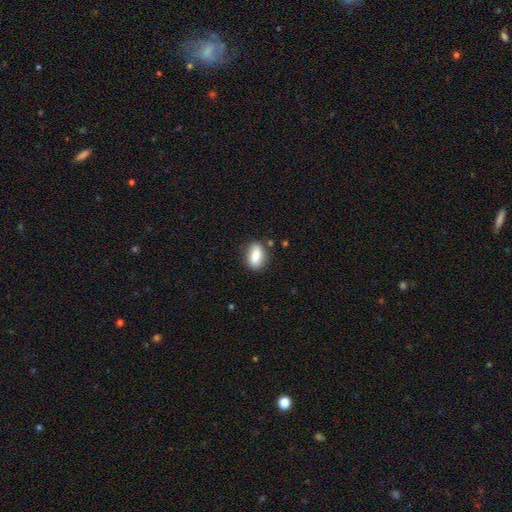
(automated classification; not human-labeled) This appears to be a smooth galaxy with no disk features (80%) that is in between round and cigar-shaped (82%). Merging: none (81%).